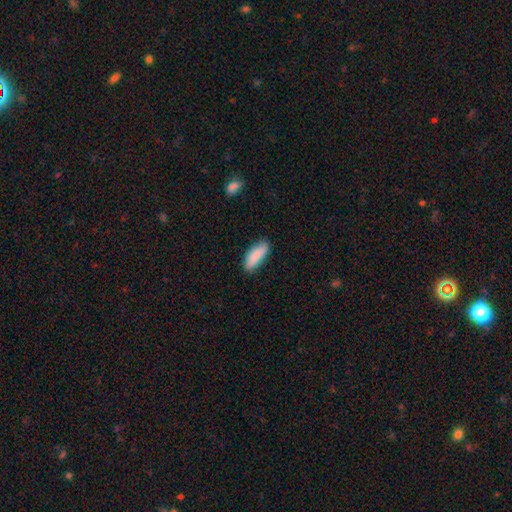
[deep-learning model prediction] Morphology: type=smooth (87%); roundness=in between (64%); merging=none (78%).